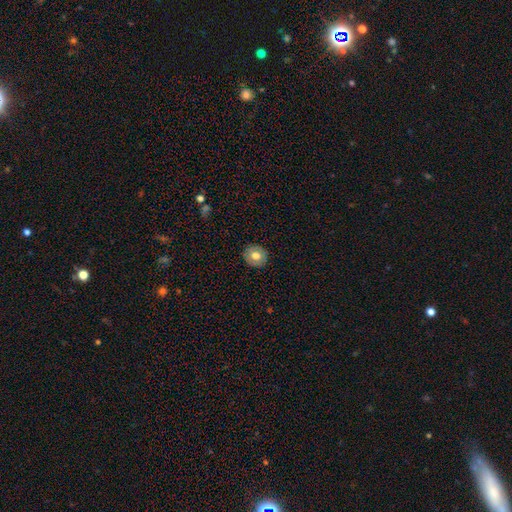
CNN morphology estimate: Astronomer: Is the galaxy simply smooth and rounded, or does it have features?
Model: smooth — 70%.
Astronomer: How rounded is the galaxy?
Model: round — 85%.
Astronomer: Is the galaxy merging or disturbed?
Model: none — 89%.